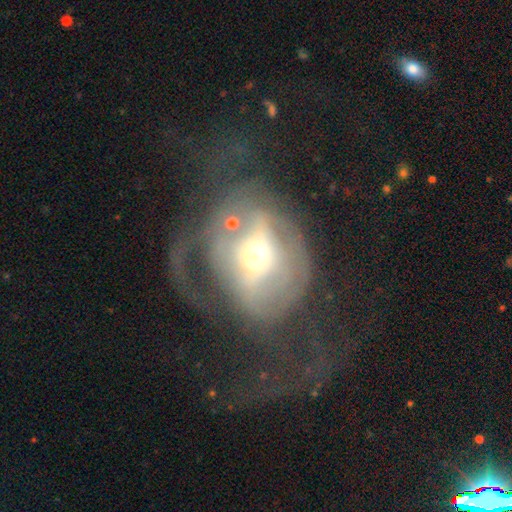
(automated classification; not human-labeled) smooth_or_featured: featured or disk (p=0.66) [alt: smooth p=0.26]
disk_edge_on: no (p=0.94) [alt: yes p=0.06]
bar: no (p=0.47) [alt: weak p=0.32]
has_spiral_arms: no (p=0.51) [alt: yes p=0.49]
bulge_size: moderate (p=0.63) [alt: small p=0.18]
merging: major disturbance (p=0.55) [alt: none p=0.26]